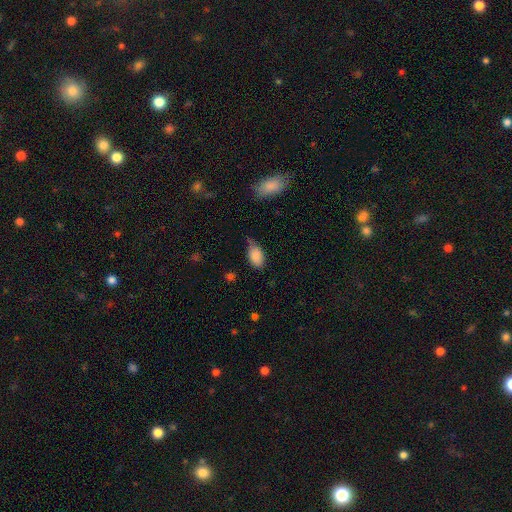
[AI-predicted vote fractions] This appears to be a smooth galaxy with no disk features (87%) that is in between round and cigar-shaped (92%). Merging: none (52%).